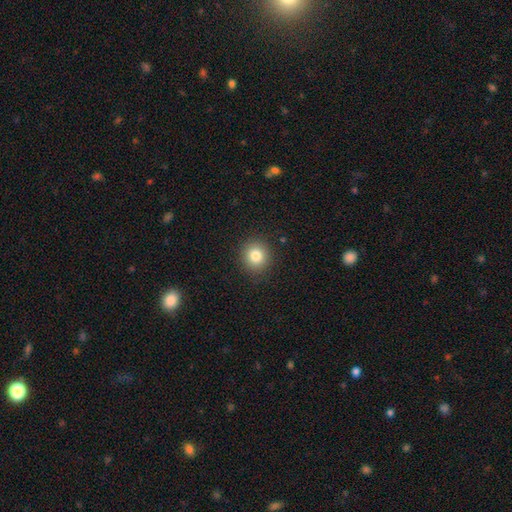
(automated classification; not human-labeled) Q: Smooth or featured?
A: smooth (83%); runner-up: star or artifact (11%)
Q: How rounded?
A: round (89%); runner-up: in between (10%)
Q: Merging?
A: none (90%); runner-up: minor disturbance (7%)